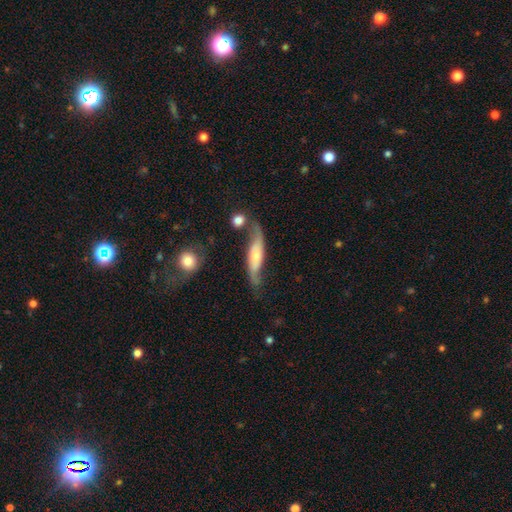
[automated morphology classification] featured or disk 60%, smooth 34%, star or artifact 6%. Down the decision tree: edge-on disk — no (64%); merging — none (55%).